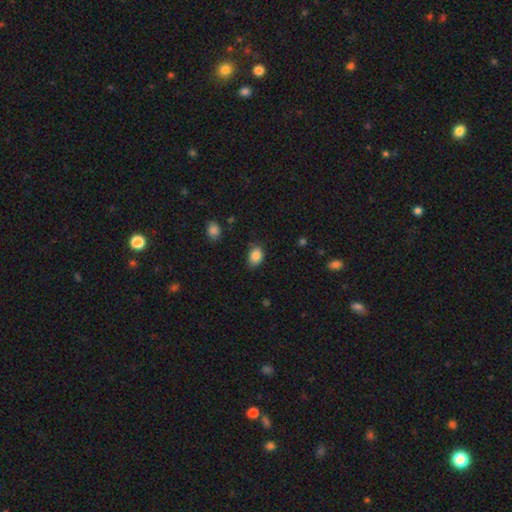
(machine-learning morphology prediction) This is clearly a smooth galaxy (85%). How rounded: likely in between (72%). Merging: likely none (71%).